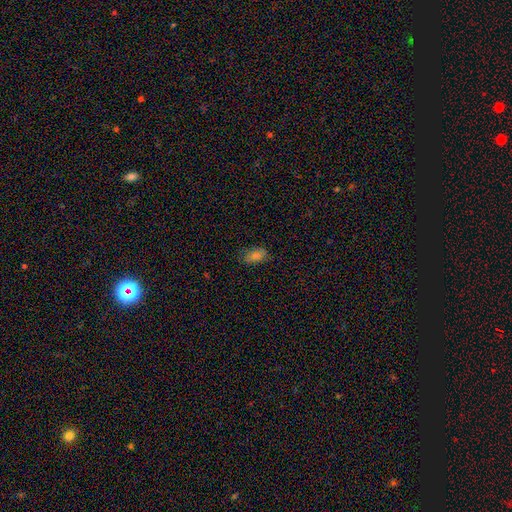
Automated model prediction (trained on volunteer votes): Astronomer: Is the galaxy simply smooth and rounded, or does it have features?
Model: smooth — 67%.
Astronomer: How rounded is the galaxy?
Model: in between — 86%.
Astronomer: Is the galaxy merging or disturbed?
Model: none — 76%.